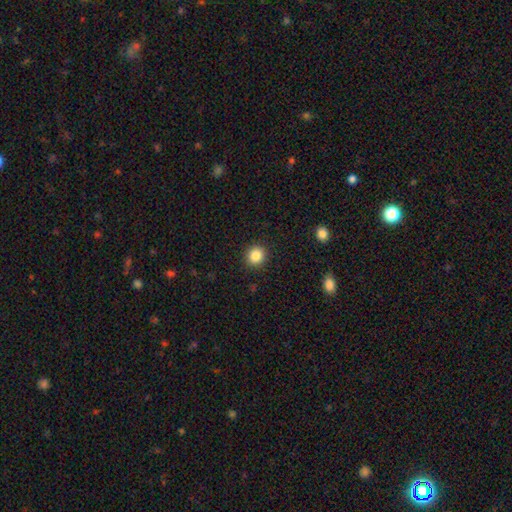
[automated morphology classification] Smooth or featured? Predicted: smooth (p=0.85). How rounded? Predicted: round (p=0.84). Merging? Predicted: none (p=0.91).